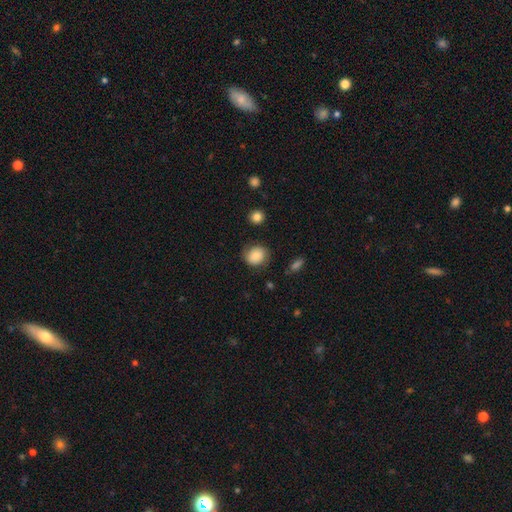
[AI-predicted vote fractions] Q: Smooth or featured?
A: smooth (82%); runner-up: featured or disk (10%)
Q: How rounded?
A: round (72%); runner-up: in between (27%)
Q: Merging?
A: none (78%); runner-up: minor disturbance (15%)